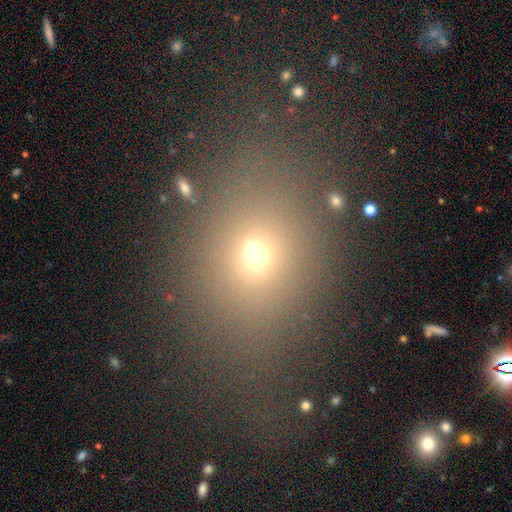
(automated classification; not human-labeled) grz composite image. It shows a smooth galaxy with no disk features (59%) that is in between round and cigar-shaped (54%). Merging: none (63%).